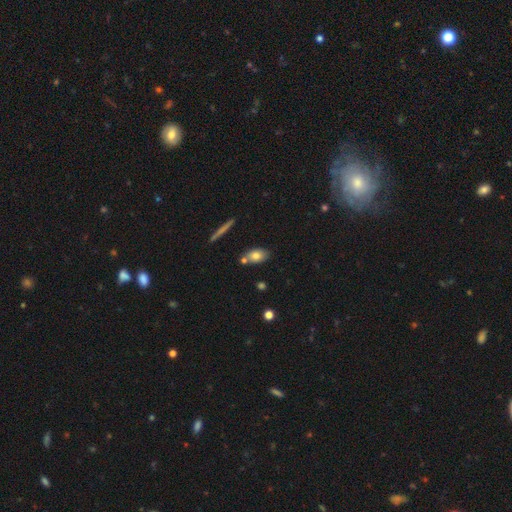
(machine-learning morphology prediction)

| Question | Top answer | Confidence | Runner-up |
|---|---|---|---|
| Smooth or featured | smooth | 75% | featured or disk (17%) |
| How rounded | in between | 83% | round (11%) |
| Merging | none | 68% | merger (16%) |